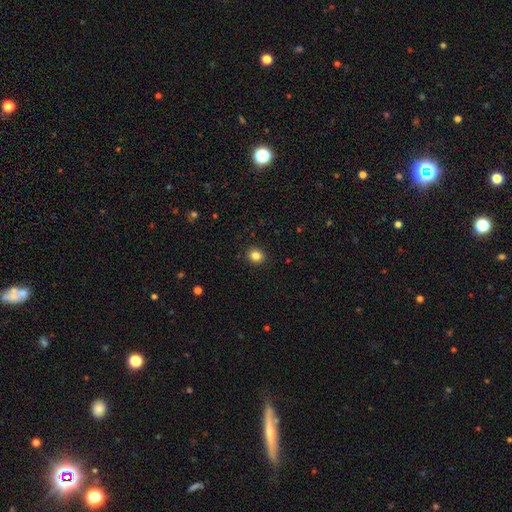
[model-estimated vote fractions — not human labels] Smooth or featured?
  - smooth: 84% *
  - star or artifact: 10%
  - featured or disk: 5%
How rounded?
  - round: 72% *
  - in between: 27%
  - cigar-shaped: 1%
Merging?
  - none: 91% *
  - minor disturbance: 6%
  - major disturbance: 2%
  - merger: 1%